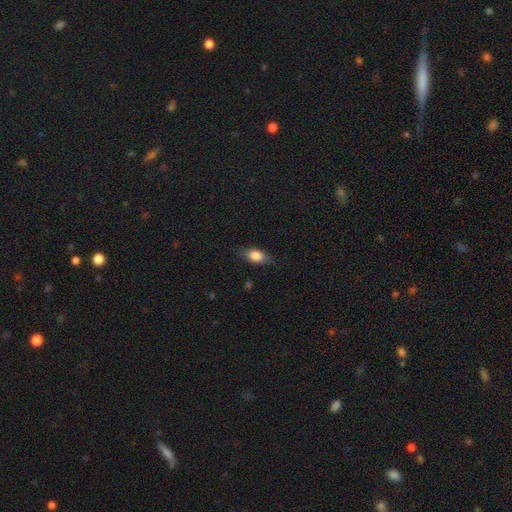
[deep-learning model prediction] This is likely a smooth galaxy (80%). How rounded: clearly in between (83%). Merging: clearly none (81%).